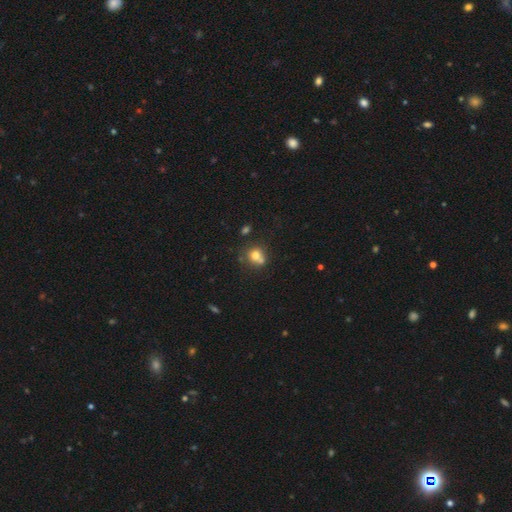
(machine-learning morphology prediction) smooth-or-featured: smooth: 72% | featured or disk: 15% | star or artifact: 13%
  how-rounded: round: 80% | in between: 19% | cigar-shaped: 1%
  merging: none: 50% | merger: 33% | minor disturbance: 12% | major disturbance: 5%